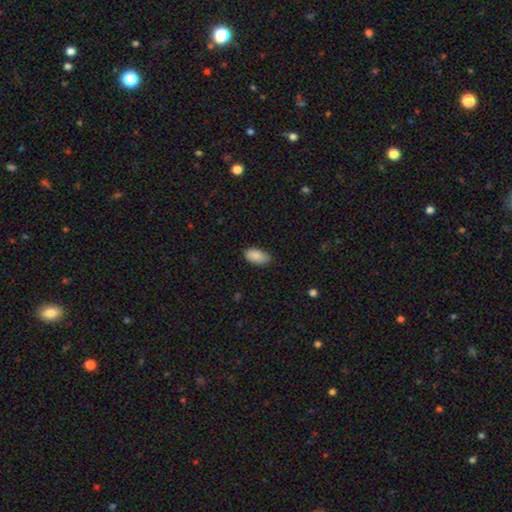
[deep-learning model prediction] Smooth or featured? smooth (88%)
How rounded? in between (95%)
Merging? none (81%)